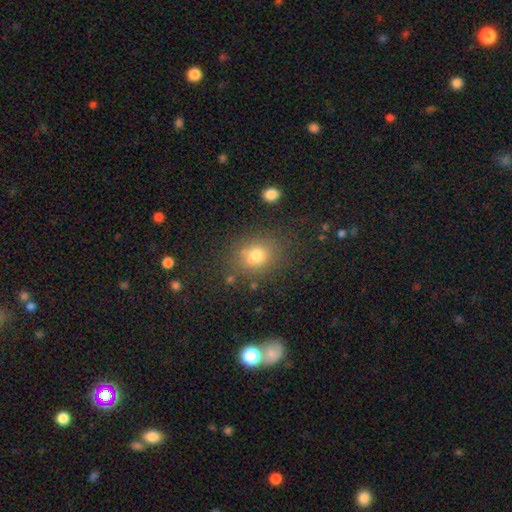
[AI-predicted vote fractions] Smooth or featured?
  - smooth: 75% *
  - star or artifact: 15%
  - featured or disk: 10%
How rounded?
  - round: 57% *
  - in between: 41%
  - cigar-shaped: 1%
Merging?
  - none: 76% *
  - minor disturbance: 14%
  - merger: 5%
  - major disturbance: 5%